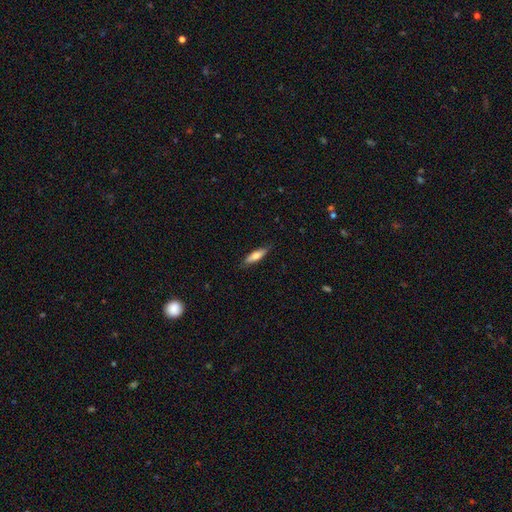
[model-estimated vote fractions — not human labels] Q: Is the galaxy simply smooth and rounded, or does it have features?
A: smooth — 69%.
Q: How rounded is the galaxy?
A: cigar-shaped — 63%.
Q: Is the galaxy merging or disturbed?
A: none — 84%.